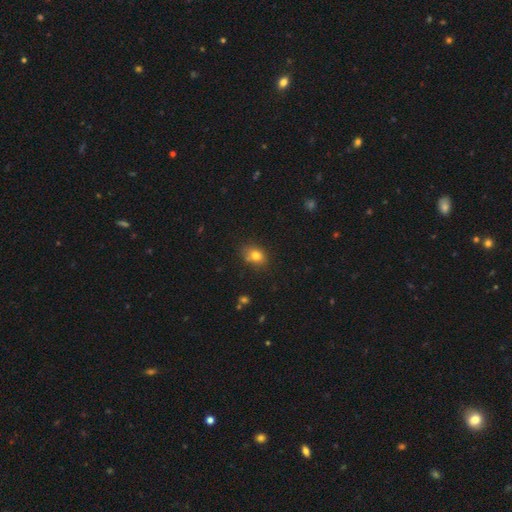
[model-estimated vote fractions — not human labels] Smooth or featured? Predicted: smooth (p=0.77). How rounded? Predicted: in between (p=0.64). Merging? Predicted: none (p=0.70).